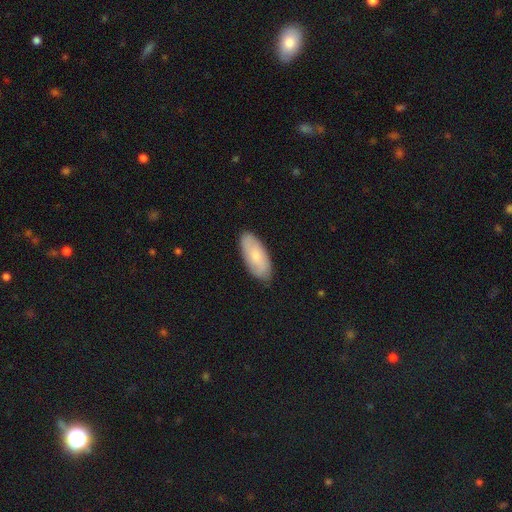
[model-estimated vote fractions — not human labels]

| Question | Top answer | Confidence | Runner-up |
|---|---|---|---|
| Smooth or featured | smooth | 70% | featured or disk (24%) |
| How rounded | in between | 88% | cigar-shaped (10%) |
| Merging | none | 85% | minor disturbance (12%) |